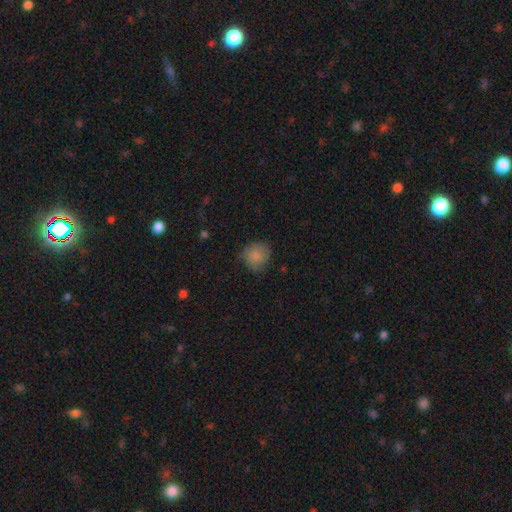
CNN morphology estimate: type=smooth (82%); roundness=round (84%); merging=none (66%).